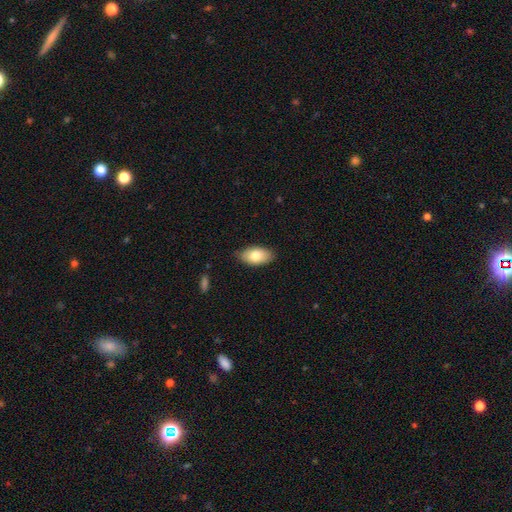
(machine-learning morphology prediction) This is likely a smooth galaxy (78%). How rounded: clearly in between (93%). Merging: clearly none (82%).